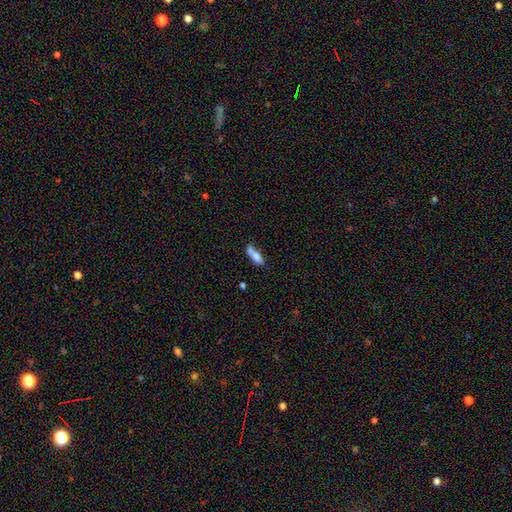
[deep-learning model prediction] Smooth or featured: smooth — 73% (featured or disk — 19%)
How rounded: in between — 62% (cigar-shaped — 35%)
Merging: none — 38% (merger — 33%)